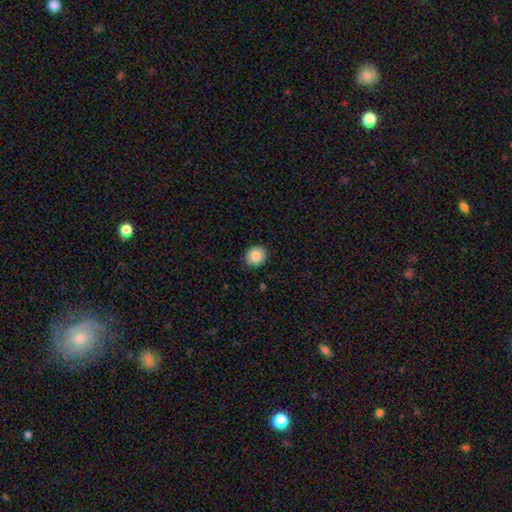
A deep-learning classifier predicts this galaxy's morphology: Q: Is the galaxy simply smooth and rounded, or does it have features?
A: smooth — 87%.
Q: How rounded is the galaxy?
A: round — 84%.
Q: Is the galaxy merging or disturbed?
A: none — 90%.